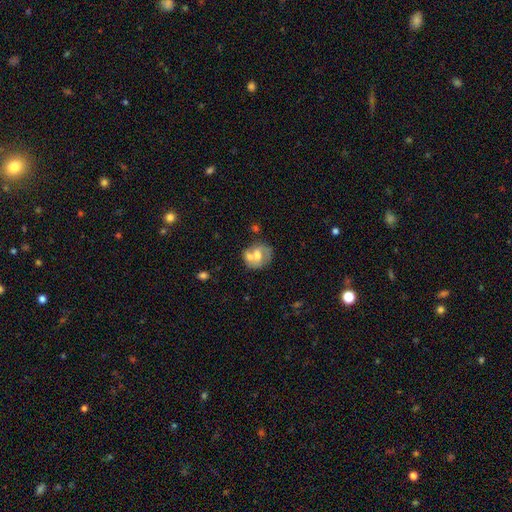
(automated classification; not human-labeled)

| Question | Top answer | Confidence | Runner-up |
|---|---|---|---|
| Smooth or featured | featured or disk | 47% | smooth (45%) |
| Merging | none | 42% | merger (35%) |